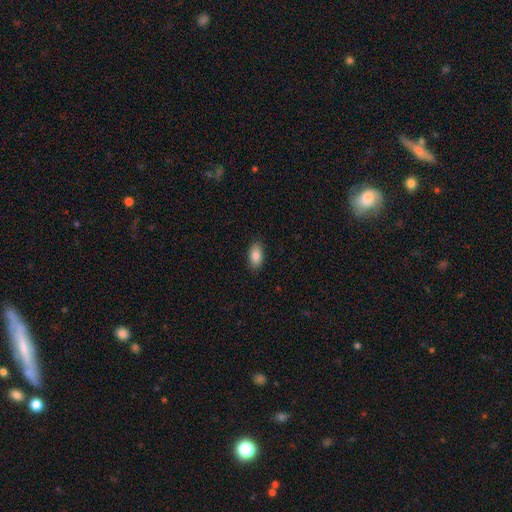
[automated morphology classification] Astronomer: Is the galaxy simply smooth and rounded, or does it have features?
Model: smooth — 86%.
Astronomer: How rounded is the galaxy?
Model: in between — 92%.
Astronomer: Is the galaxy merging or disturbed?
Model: none — 89%.